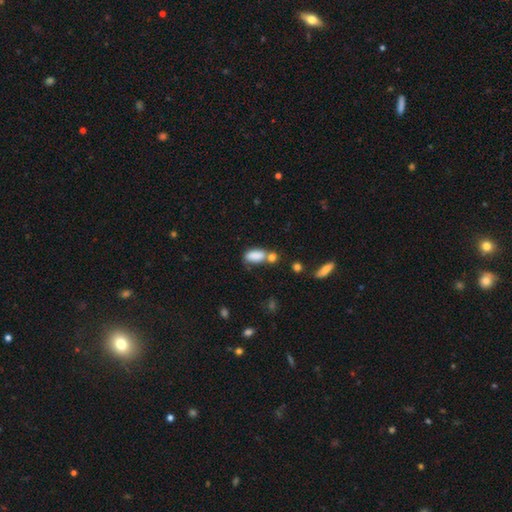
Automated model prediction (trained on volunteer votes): Smooth or featured: smooth — 83% (star or artifact — 9%)
How rounded: in between — 87% (cigar-shaped — 8%)
Merging: none — 41% (merger — 36%)